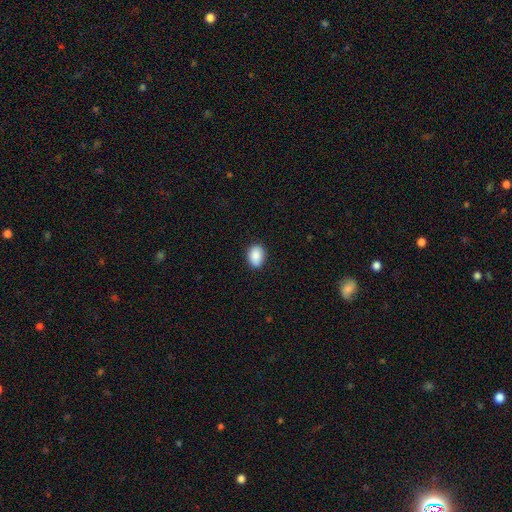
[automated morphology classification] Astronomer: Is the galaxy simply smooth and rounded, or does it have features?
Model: smooth — 89%.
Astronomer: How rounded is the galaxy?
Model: in between — 77%.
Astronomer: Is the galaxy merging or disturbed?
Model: none — 87%.